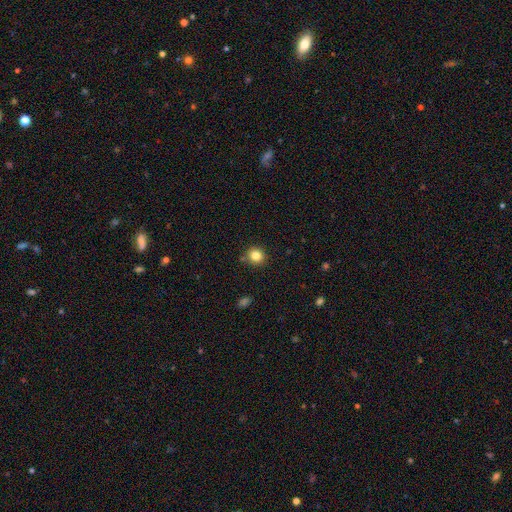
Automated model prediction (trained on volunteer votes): Smooth or featured? smooth (83%)
How rounded? round (87%)
Merging? none (84%)